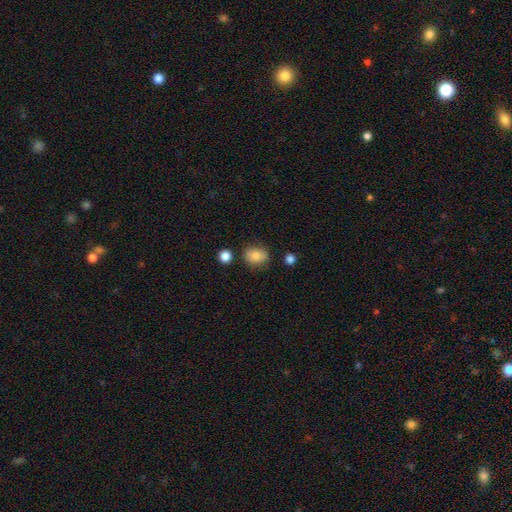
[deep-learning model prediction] Q: Smooth or featured?
A: smooth (84%); runner-up: star or artifact (9%)
Q: How rounded?
A: in between (50%); runner-up: round (49%)
Q: Merging?
A: none (75%); runner-up: minor disturbance (17%)